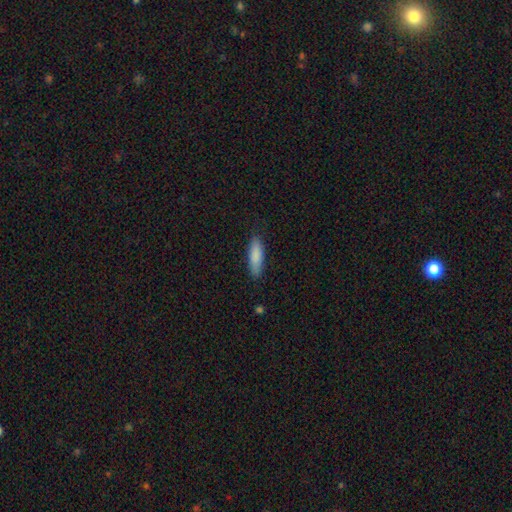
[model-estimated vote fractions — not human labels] Smooth or featured? Predicted: smooth (p=0.86). How rounded? Predicted: cigar-shaped (p=0.56). Merging? Predicted: none (p=0.85).